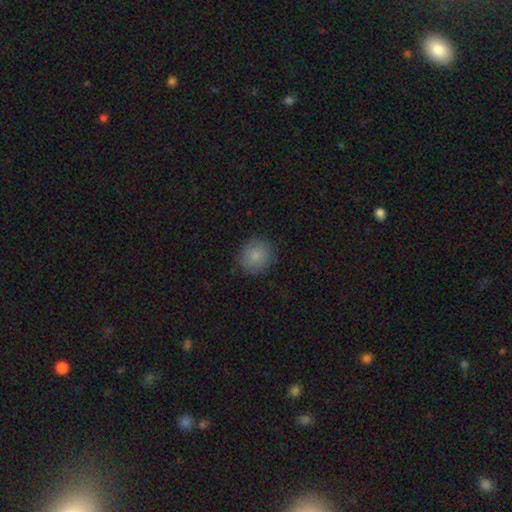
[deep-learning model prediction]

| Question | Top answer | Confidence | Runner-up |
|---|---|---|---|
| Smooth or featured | smooth | 86% | star or artifact (8%) |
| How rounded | round | 86% | in between (13%) |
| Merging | none | 86% | minor disturbance (10%) |